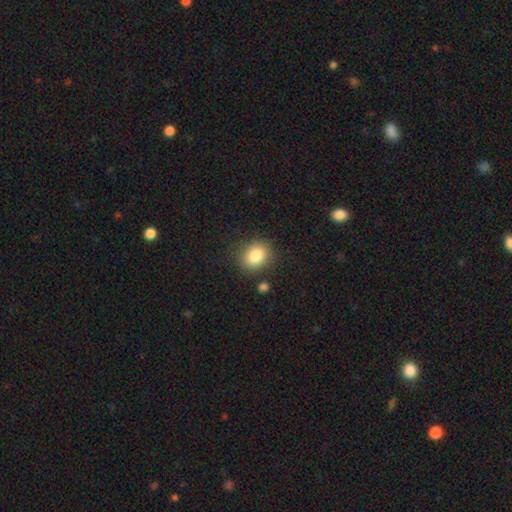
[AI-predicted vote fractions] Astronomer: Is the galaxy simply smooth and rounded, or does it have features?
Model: smooth — 84%.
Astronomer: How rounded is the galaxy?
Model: round — 61% (runner-up: in between, 38%).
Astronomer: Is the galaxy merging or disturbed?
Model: none — 82%.